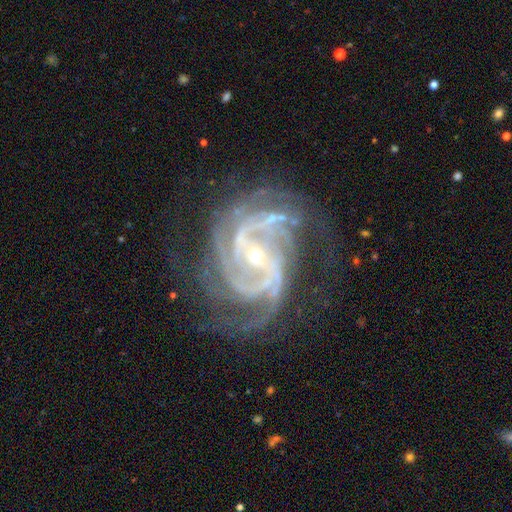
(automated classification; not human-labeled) This is clearly a featured or disk galaxy (92%). It is clearly not viewed edge-on (98%). Bar: marginally weak (35%). Spiral arm pattern: clearly yes (98%). Spiral arm count: marginally 3 (30%). Spiral winding: possibly tight (49%). Central bulge: likely small (75%). Merging: likely none (64%).